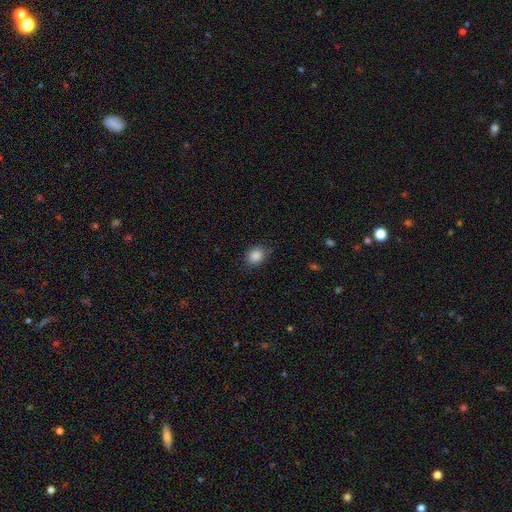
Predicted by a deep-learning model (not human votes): Smooth or featured? smooth (87%)
How rounded? round (52%)
Merging? none (78%)